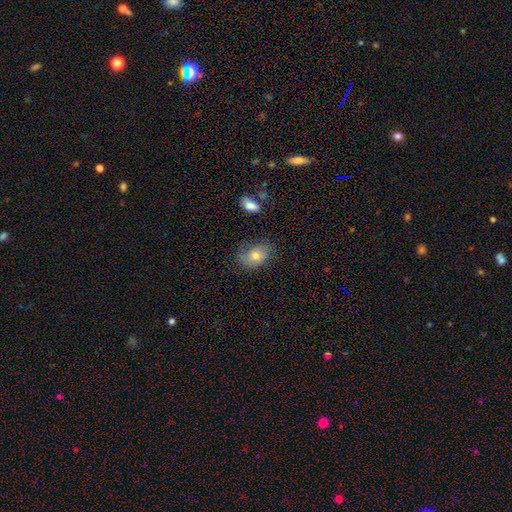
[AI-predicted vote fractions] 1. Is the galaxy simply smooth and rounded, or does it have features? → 67% smooth, 24% featured or disk, 9% star or artifact.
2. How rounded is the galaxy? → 76% in between, 22% round, 1% cigar-shaped.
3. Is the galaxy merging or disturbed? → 63% none, 25% minor disturbance, 9% major disturbance, 2% merger.